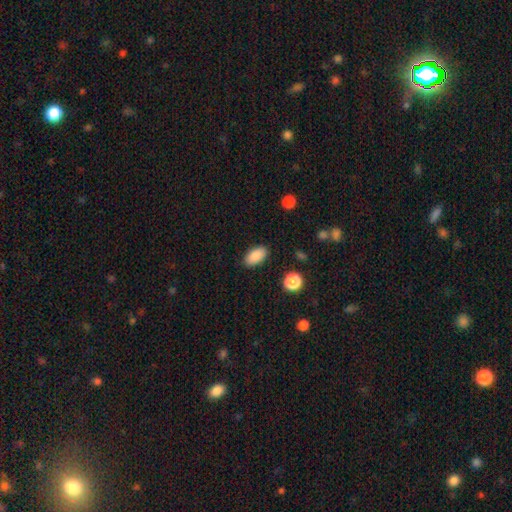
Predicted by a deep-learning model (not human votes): Overall: smooth (88%). How rounded: in between (93%). Merging: none (88%).